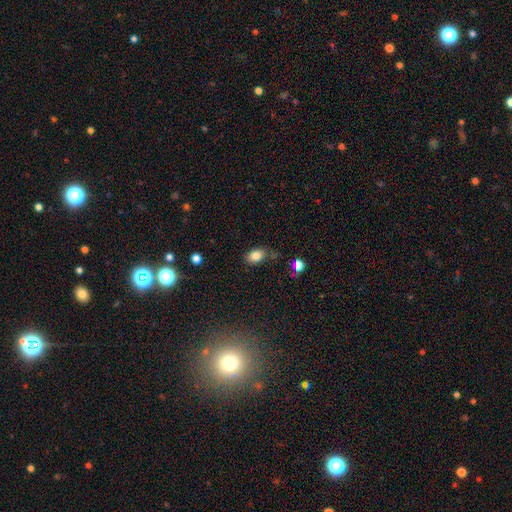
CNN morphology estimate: This appears to be a smooth galaxy with no disk features (82%) that is in between round and cigar-shaped (83%). Merging: none (71%).